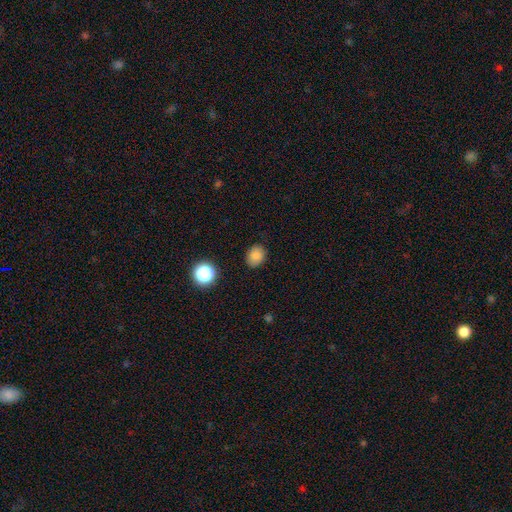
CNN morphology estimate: This is clearly a smooth galaxy (84%). How rounded: possibly in between (53%). Merging: clearly none (85%).